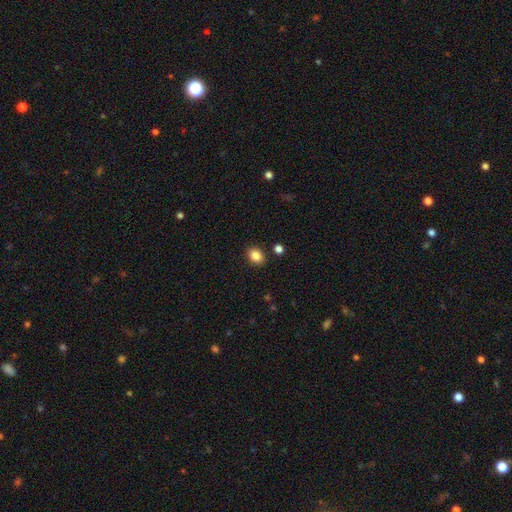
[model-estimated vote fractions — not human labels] smooth 85%, star or artifact 10%, featured or disk 5%. Down the decision tree: how rounded — in between (50%); merging — none (87%).